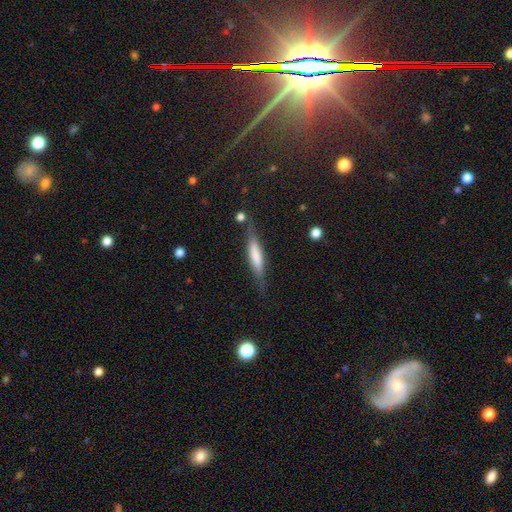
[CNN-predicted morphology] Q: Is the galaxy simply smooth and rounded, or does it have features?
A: smooth — 52%.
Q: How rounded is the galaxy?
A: cigar-shaped — 86%.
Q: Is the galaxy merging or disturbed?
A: none — 76%.